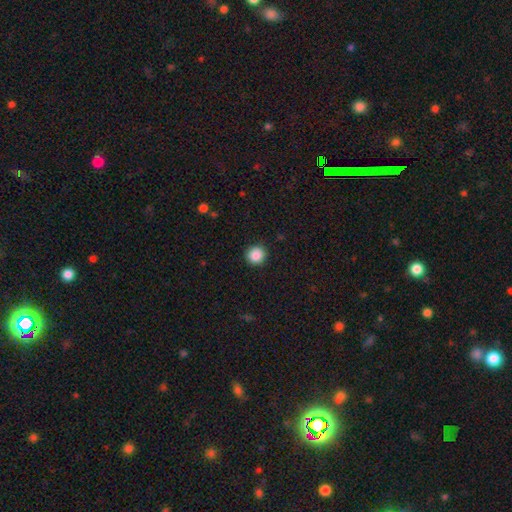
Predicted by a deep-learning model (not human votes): smooth-or-featured: smooth: 88% | star or artifact: 9% | featured or disk: 3%
  how-rounded: round: 93% | in between: 6% | cigar-shaped: 1%
  merging: none: 92% | minor disturbance: 5% | major disturbance: 2% | merger: 1%